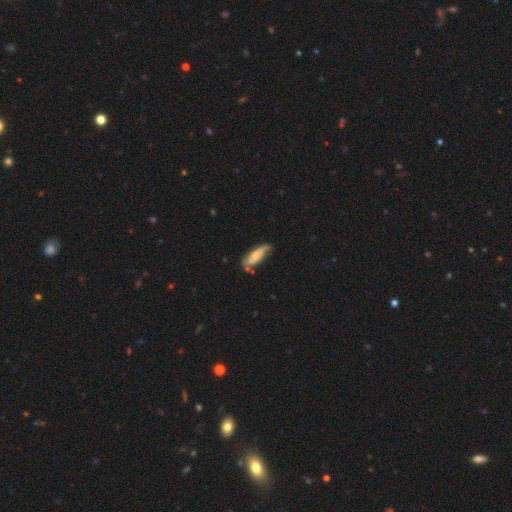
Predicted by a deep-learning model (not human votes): Q: Smooth or featured?
A: smooth (48%); runner-up: featured or disk (46%)
Q: Merging?
A: none (56%); runner-up: minor disturbance (30%)